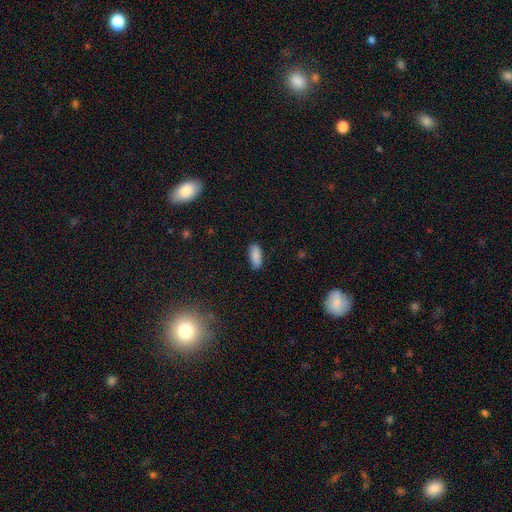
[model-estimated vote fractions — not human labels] smooth 88%, star or artifact 7%, featured or disk 5%. Down the decision tree: how rounded — in between (82%); merging — none (85%).